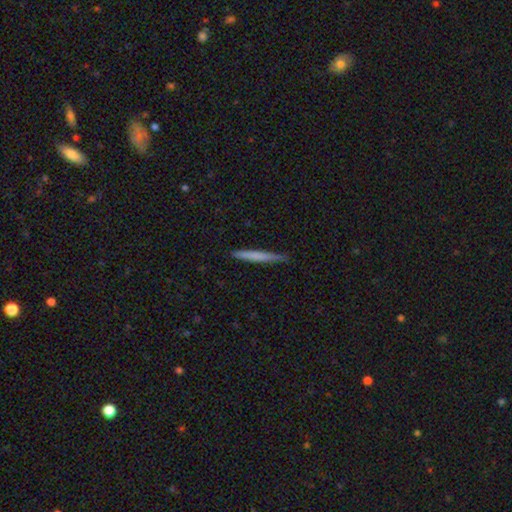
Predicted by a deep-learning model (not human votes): smooth-or-featured: smooth: 66% | featured or disk: 28% | star or artifact: 6%
  how-rounded: cigar-shaped: 96% | in between: 2% | round: 1%
  merging: none: 86% | minor disturbance: 11% | major disturbance: 2% | merger: 1%